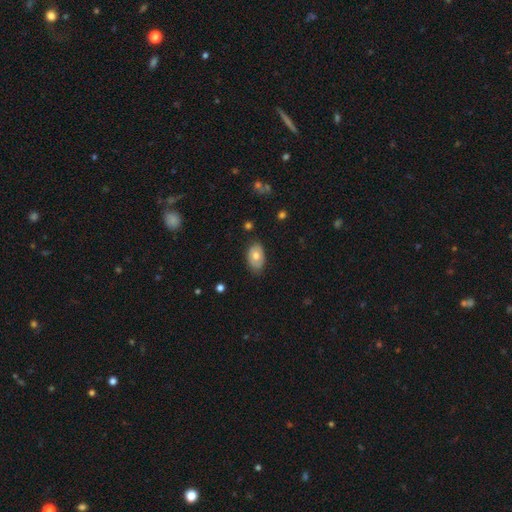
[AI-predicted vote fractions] A smooth galaxy with no disk features (66%) that is in between round and cigar-shaped (90%).

Vote fractions:
- Smooth or featured? smooth: 66% / featured or disk: 27% / star or artifact: 7%
- How rounded? in between: 90% / round: 8% / cigar-shaped: 1%
- Merging? none: 74% / minor disturbance: 21% / major disturbance: 4% / merger: 1%